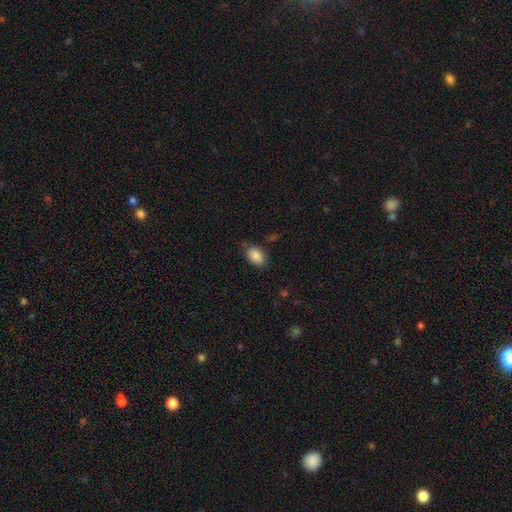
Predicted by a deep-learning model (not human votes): Morphology: type=smooth (87%); roundness=in between (86%); merging=none (75%).